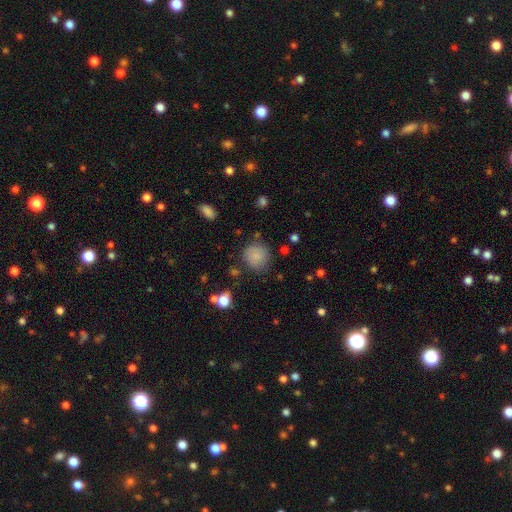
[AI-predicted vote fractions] Smooth or featured?
  - smooth: 81% *
  - star or artifact: 10%
  - featured or disk: 9%
How rounded?
  - round: 87% *
  - in between: 12%
  - cigar-shaped: 1%
Merging?
  - none: 76% *
  - minor disturbance: 16%
  - major disturbance: 5%
  - merger: 3%